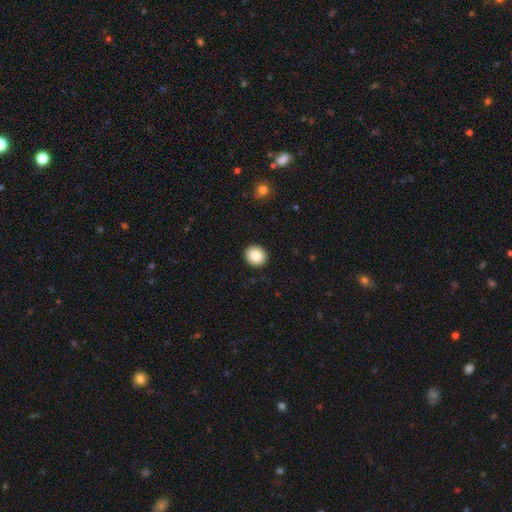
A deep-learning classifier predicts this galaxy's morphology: A smooth galaxy with no disk features (86%) that is round (76%).

Vote fractions:
- Smooth or featured? smooth: 86% / star or artifact: 8% / featured or disk: 6%
- How rounded? round: 76% / in between: 23% / cigar-shaped: 1%
- Merging? none: 92% / minor disturbance: 5% / major disturbance: 2% / merger: 1%